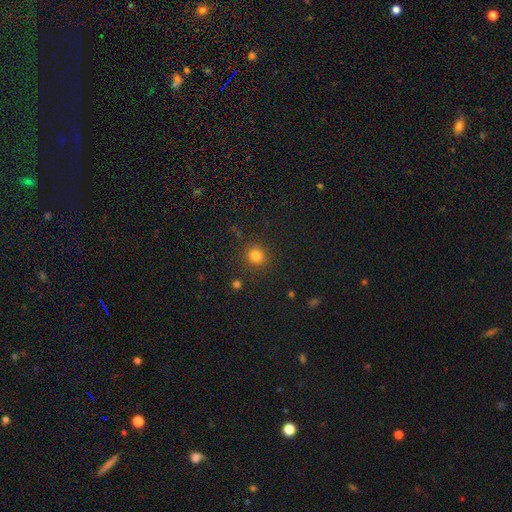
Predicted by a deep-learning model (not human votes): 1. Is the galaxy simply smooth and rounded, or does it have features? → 80% smooth, 14% star or artifact, 5% featured or disk.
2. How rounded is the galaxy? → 88% round, 11% in between, 1% cigar-shaped.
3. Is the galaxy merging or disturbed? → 87% none, 8% minor disturbance, 3% major disturbance, 3% merger.